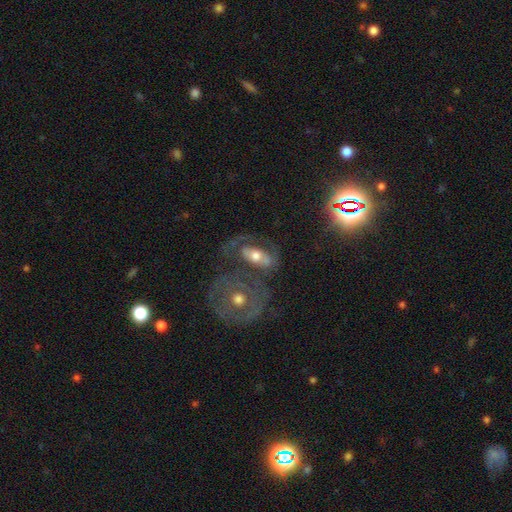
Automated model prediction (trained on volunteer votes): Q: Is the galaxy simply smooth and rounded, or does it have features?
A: featured or disk — 58%.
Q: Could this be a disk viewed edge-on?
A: no — 90%.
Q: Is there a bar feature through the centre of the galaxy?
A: no — 75%.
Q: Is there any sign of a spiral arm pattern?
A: no — 53%.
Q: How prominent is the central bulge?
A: moderate — 69%.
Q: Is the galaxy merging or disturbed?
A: none — 48%.